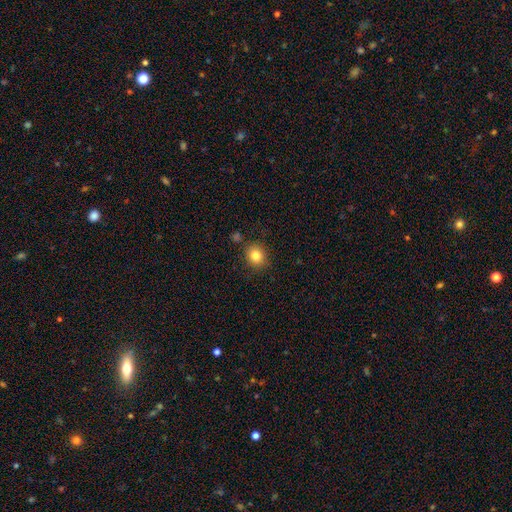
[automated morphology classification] This appears to be a smooth galaxy with no disk features (82%) that is round (75%). Merging: none (85%).